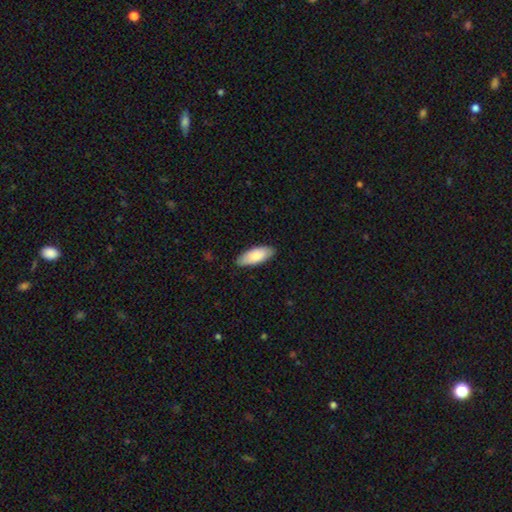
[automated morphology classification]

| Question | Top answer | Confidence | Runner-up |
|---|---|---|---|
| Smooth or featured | smooth | 84% | featured or disk (10%) |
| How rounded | in between | 81% | cigar-shaped (17%) |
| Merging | none | 86% | minor disturbance (11%) |